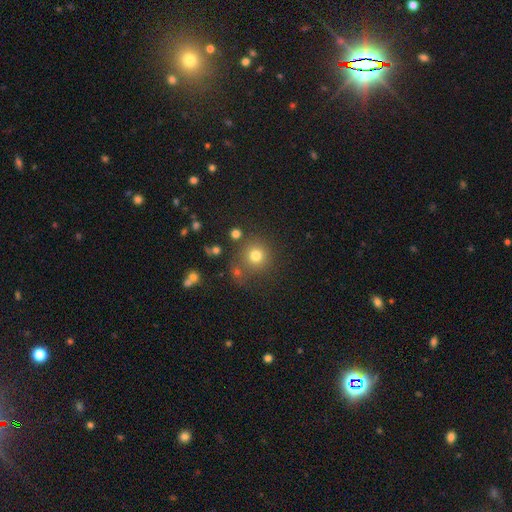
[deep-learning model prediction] smooth-or-featured: smooth: 77% | star or artifact: 16% | featured or disk: 8%
  how-rounded: round: 92% | in between: 7% | cigar-shaped: 1%
  merging: none: 74% | minor disturbance: 11% | merger: 10% | major disturbance: 5%